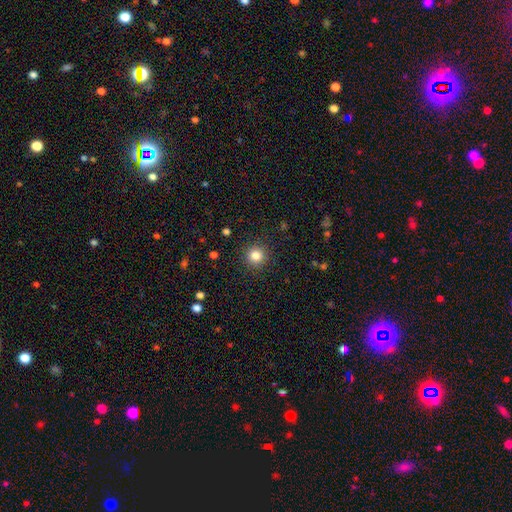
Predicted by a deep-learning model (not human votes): Smooth or featured: smooth — 83% (star or artifact — 12%)
How rounded: round — 94% (in between — 5%)
Merging: none — 91% (minor disturbance — 6%)